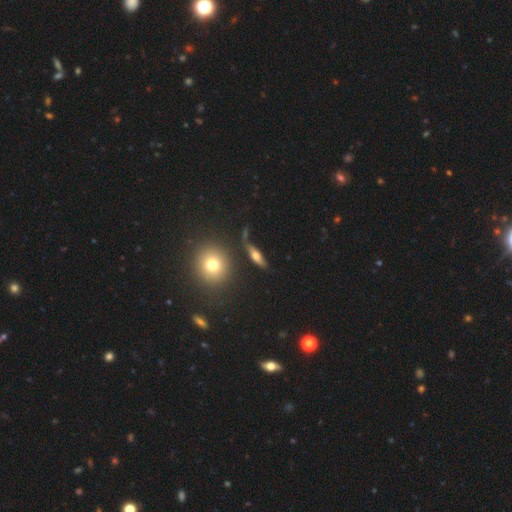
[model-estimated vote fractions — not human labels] smooth 48%, featured or disk 41%, star or artifact 11%. Down the decision tree: merging — none (75%).